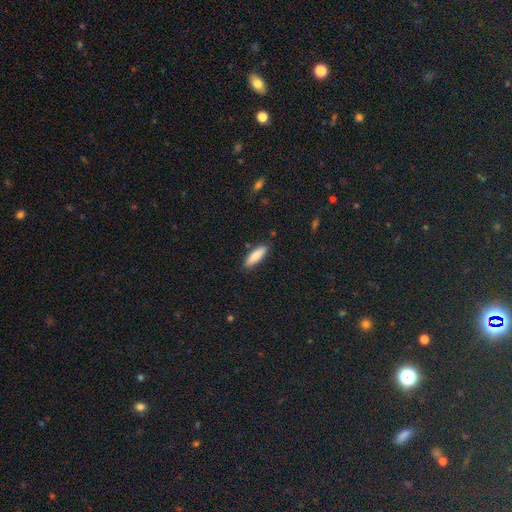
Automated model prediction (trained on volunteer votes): A smooth galaxy with no disk features (84%) that is cigar-shaped (58%). Merging: none (87%).